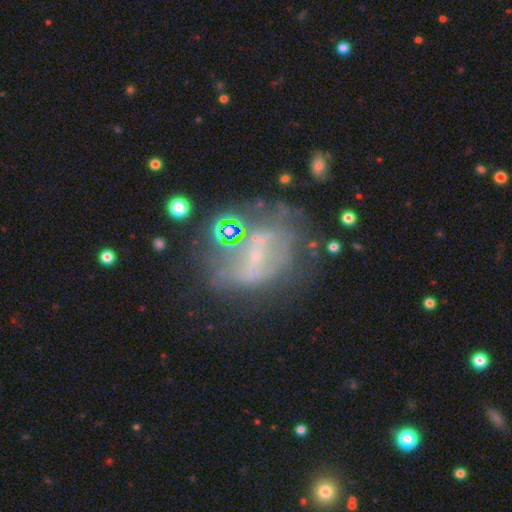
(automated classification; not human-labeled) The model was most divided on "bulge size": small: 50%, none: 38%, moderate: 10%, large: 1%, dominant: 1%. Remaining: edge-on disk — no (96%); spiral arms — no (72%); smooth or featured — featured or disk (60%); bar — no (49%); merging — none (43%).